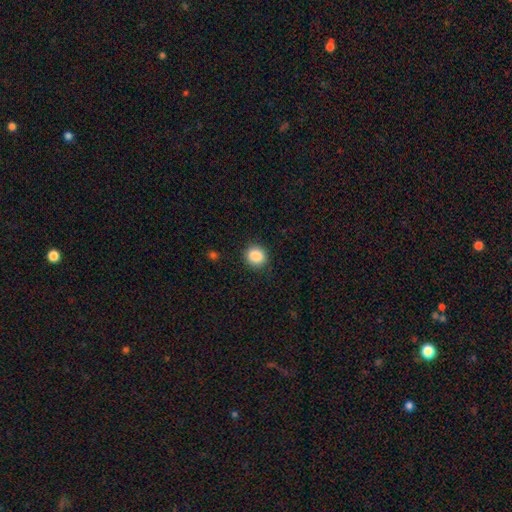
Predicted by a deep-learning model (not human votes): A smooth galaxy with no disk features (87%) that is round (82%). Merging: none (87%).